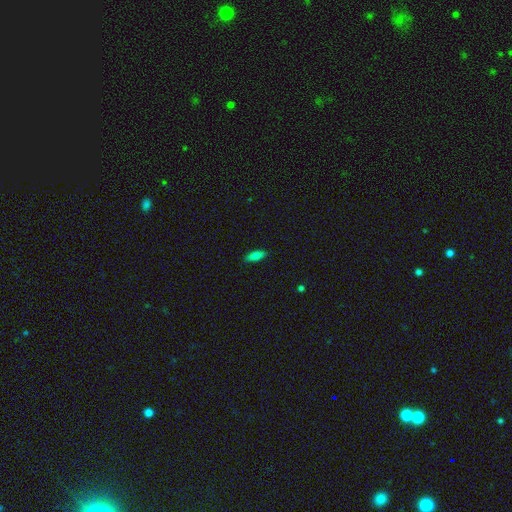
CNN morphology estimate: smooth_or_featured: smooth (p=0.81) [alt: featured or disk p=0.10]
how_rounded: in between (p=0.65) [alt: cigar-shaped p=0.33]
merging: none (p=0.87) [alt: minor disturbance p=0.10]